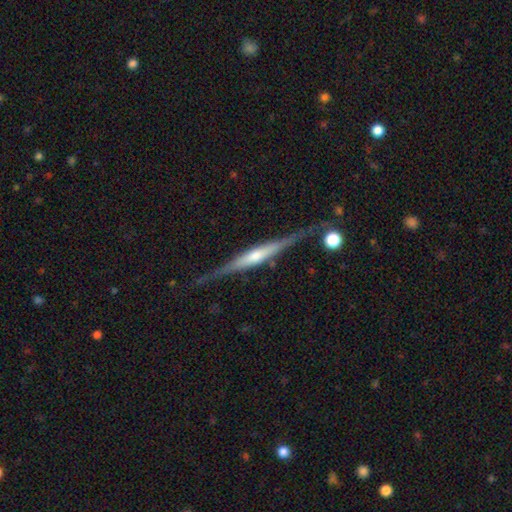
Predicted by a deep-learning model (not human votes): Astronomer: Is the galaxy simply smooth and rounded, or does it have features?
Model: featured or disk — 84%.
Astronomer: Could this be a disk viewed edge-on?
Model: yes — 98%.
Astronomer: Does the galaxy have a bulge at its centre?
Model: rounded — 69%.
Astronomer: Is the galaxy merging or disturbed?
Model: none — 84%.